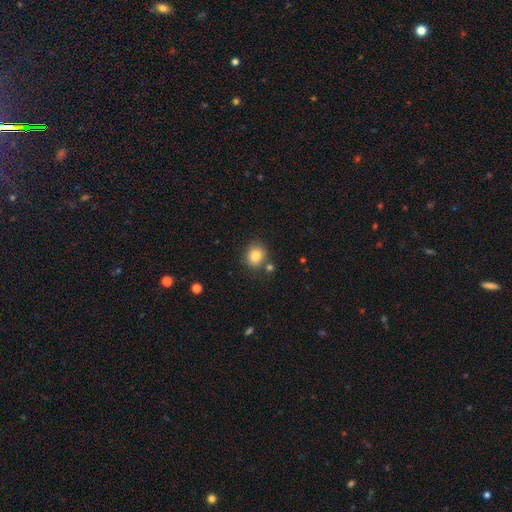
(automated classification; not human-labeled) smooth_or_featured: smooth (p=0.81) [alt: star or artifact p=0.11]
how_rounded: round (p=0.73) [alt: in between p=0.26]
merging: none (p=0.78) [alt: minor disturbance p=0.10]